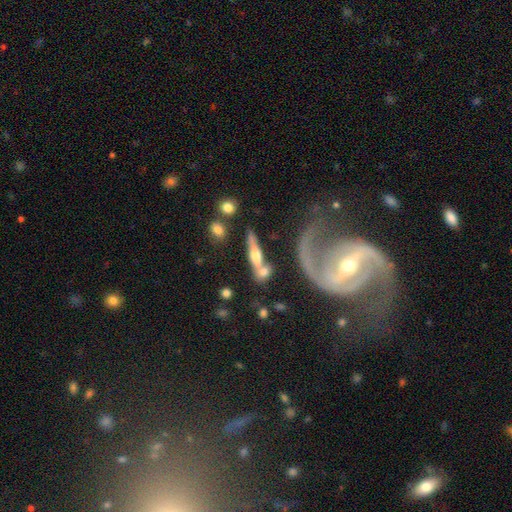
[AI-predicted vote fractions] Smooth or featured? Predicted: featured or disk (p=0.49). Merging? Predicted: none (p=0.42).